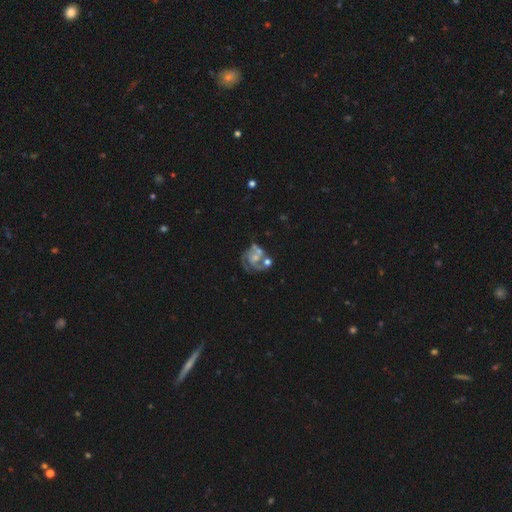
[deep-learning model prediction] smooth-or-featured: featured or disk: 76% | smooth: 15% | star or artifact: 8%
  disk-edge-on: no: 98% | yes: 2%
    bar: no: 74% | weak: 21% | strong: 5%
    has-spiral-arms: yes: 81% | no: 19%
      spiral-winding: tight: 42% | medium: 41% | loose: 17%
      spiral-arm-count: 2: 34% | can't tell: 23% | 3: 21% | 1: 14% | 4: 5% | more than 4: 4%
    bulge-size: small: 44% | moderate: 34% | none: 16% | large: 4% | dominant: 2%
  merging: none: 36% | merger: 25% | major disturbance: 22% | minor disturbance: 18%